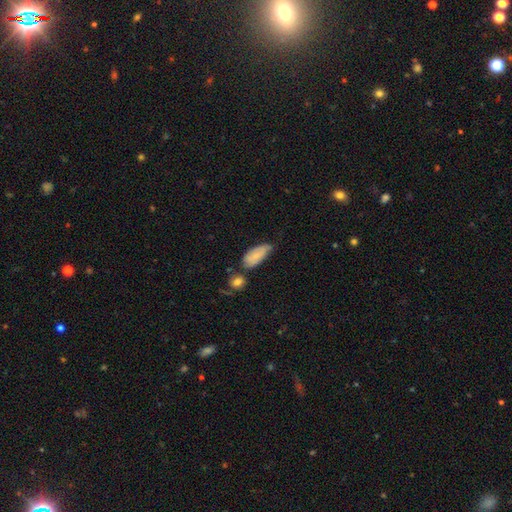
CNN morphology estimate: This appears to be a smooth galaxy with no disk features (73%) that is in between round and cigar-shaped (89%). Merging: none (40%).